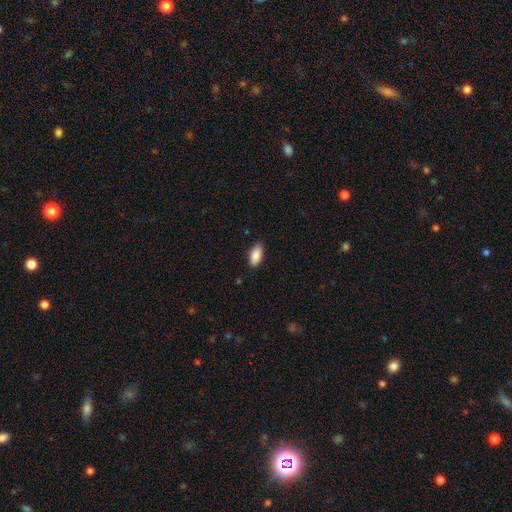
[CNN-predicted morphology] smooth-or-featured: smooth: 89% | star or artifact: 7% | featured or disk: 4%
  how-rounded: in between: 92% | cigar-shaped: 6% | round: 2%
  merging: none: 85% | minor disturbance: 12% | major disturbance: 2% | merger: 1%